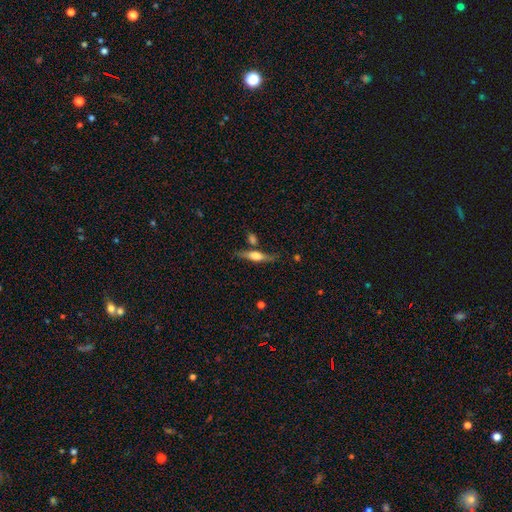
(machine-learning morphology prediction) Smooth or featured? featured or disk (57%)
Edge-on disk? yes (94%)
Edge-on bulge? rounded (84%)
Merging? none (72%)